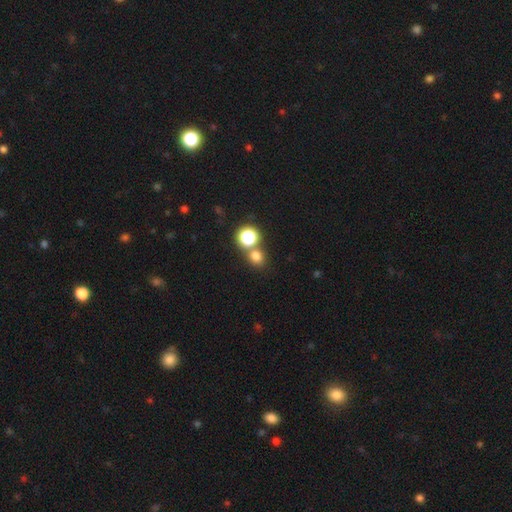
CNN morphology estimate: smooth 72%, star or artifact 22%, featured or disk 6%. Down the decision tree: how rounded — round (78%); merging — none (64%).